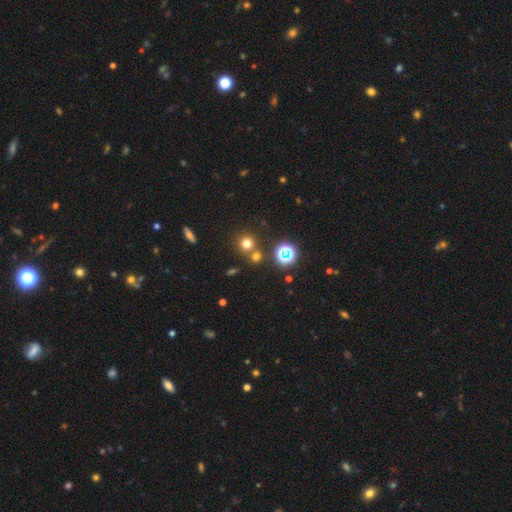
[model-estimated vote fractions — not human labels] This is possibly a smooth galaxy (59%). How rounded: clearly round (90%). Merging: likely none (74%).